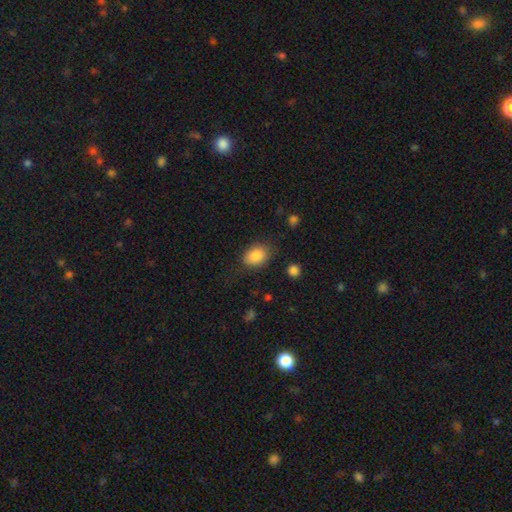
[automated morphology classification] Smooth or featured?
  - smooth: 86% *
  - star or artifact: 8%
  - featured or disk: 6%
How rounded?
  - in between: 72% *
  - round: 26%
  - cigar-shaped: 1%
Merging?
  - none: 75% *
  - minor disturbance: 17%
  - major disturbance: 6%
  - merger: 2%